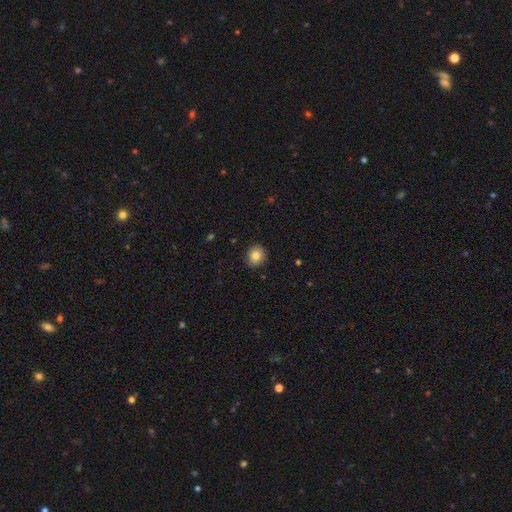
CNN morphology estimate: This appears to be a smooth galaxy with no disk features (83%) that is round (83%). Merging: none (89%).